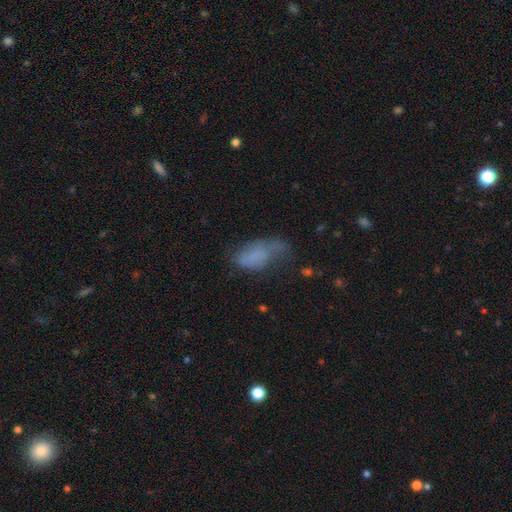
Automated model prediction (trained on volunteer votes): Smooth or featured?
  - smooth: 66% *
  - featured or disk: 22%
  - star or artifact: 12%
How rounded?
  - in between: 89% *
  - cigar-shaped: 7%
  - round: 4%
Merging?
  - major disturbance: 35% *
  - minor disturbance: 32%
  - none: 29%
  - merger: 5%